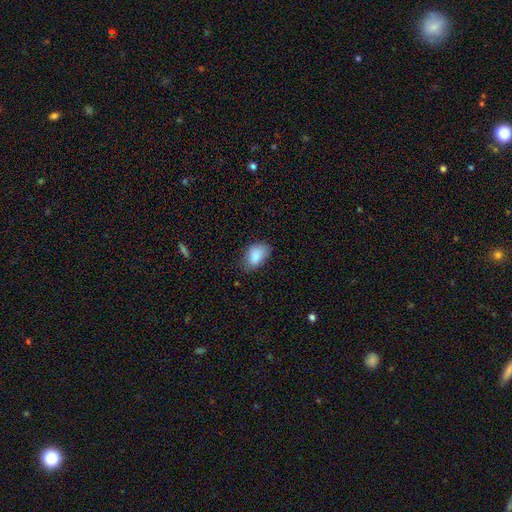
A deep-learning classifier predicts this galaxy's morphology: A smooth galaxy with no disk features (87%) that is in between round and cigar-shaped (90%).

Vote fractions:
- Smooth or featured? smooth: 87% / star or artifact: 7% / featured or disk: 6%
- How rounded? in between: 90% / round: 9% / cigar-shaped: 1%
- Merging? none: 71% / minor disturbance: 23% / major disturbance: 5% / merger: 1%